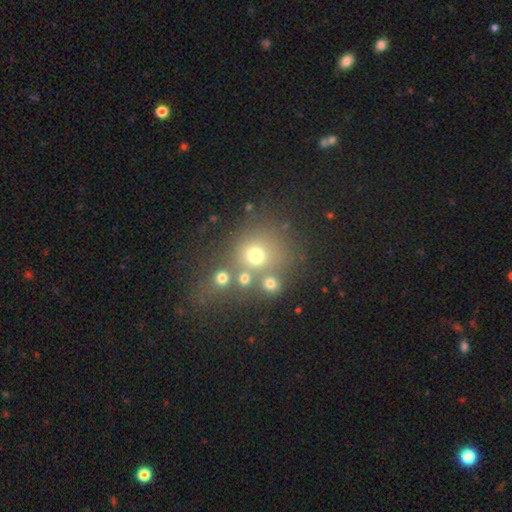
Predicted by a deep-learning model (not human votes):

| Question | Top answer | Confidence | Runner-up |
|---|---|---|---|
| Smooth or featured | smooth | 67% | star or artifact (21%) |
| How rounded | round | 83% | in between (16%) |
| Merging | none | 58% | merger (24%) |